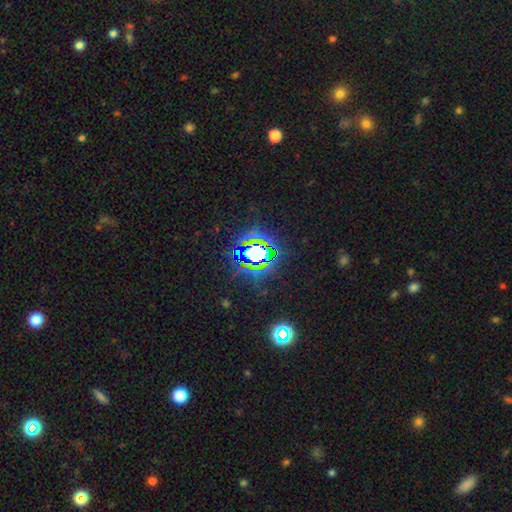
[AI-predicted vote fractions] Smooth or featured: star or artifact — 73% (smooth — 17%)